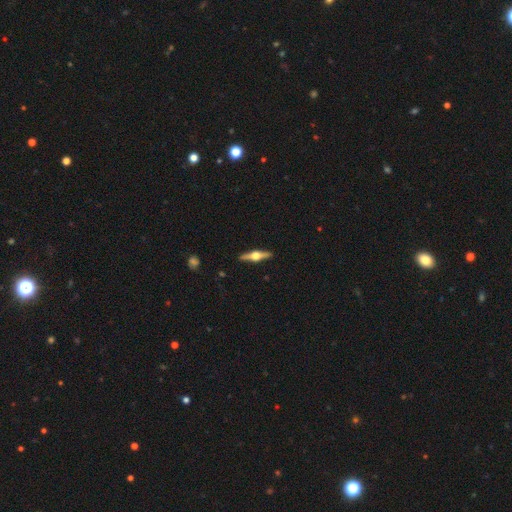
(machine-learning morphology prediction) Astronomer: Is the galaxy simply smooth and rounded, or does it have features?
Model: featured or disk — 77%.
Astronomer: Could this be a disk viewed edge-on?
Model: yes — 98%.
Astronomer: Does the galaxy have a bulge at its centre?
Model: rounded — 96%.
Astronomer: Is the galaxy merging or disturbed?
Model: none — 91%.